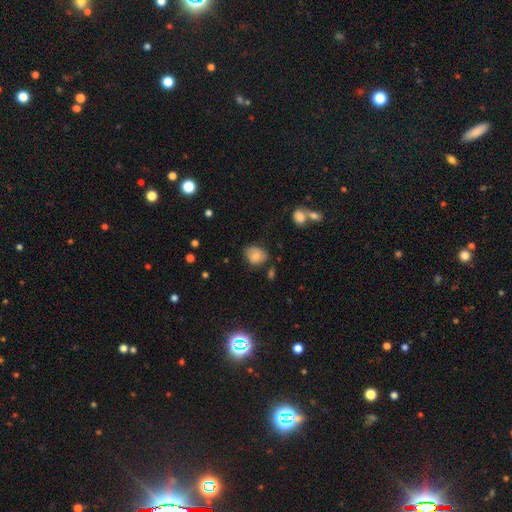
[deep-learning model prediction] This appears to be a smooth galaxy with no disk features (70%) that is in between round and cigar-shaped (50%). Merging: none (62%).